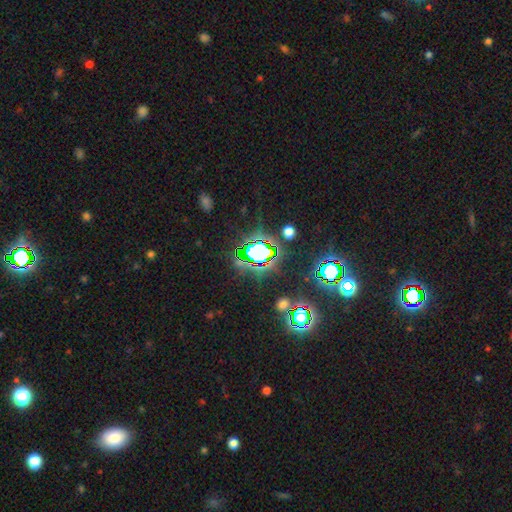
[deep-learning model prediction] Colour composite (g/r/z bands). It shows a star or artifact, not a galaxy (70%).